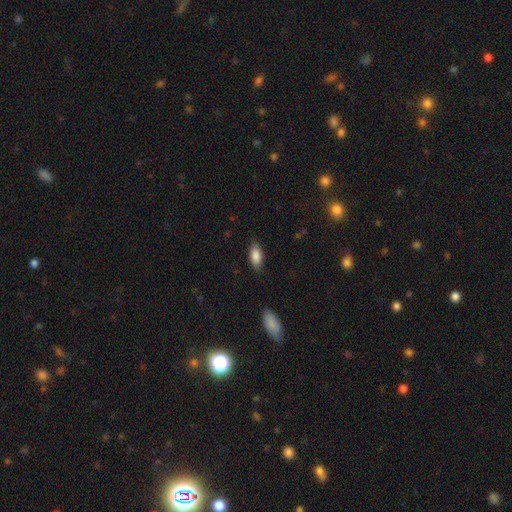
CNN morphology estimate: smooth-or-featured: smooth: 86% | featured or disk: 8% | star or artifact: 7%
  how-rounded: in between: 86% | cigar-shaped: 11% | round: 2%
  merging: none: 83% | minor disturbance: 13% | major disturbance: 3% | merger: 1%